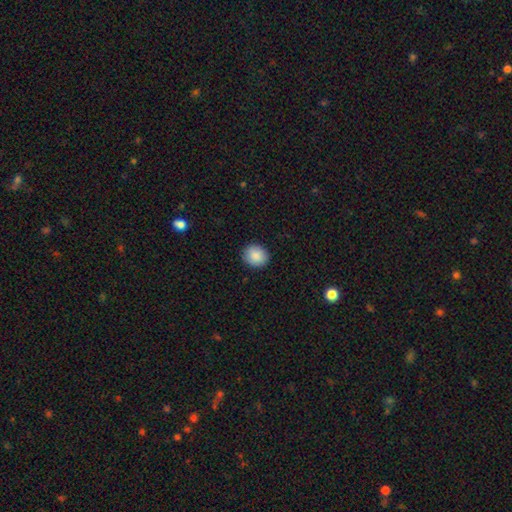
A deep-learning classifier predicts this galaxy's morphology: smooth_or_featured: smooth (p=0.88) [alt: star or artifact p=0.08]
how_rounded: round (p=0.79) [alt: in between p=0.20]
merging: none (p=0.90) [alt: minor disturbance p=0.07]